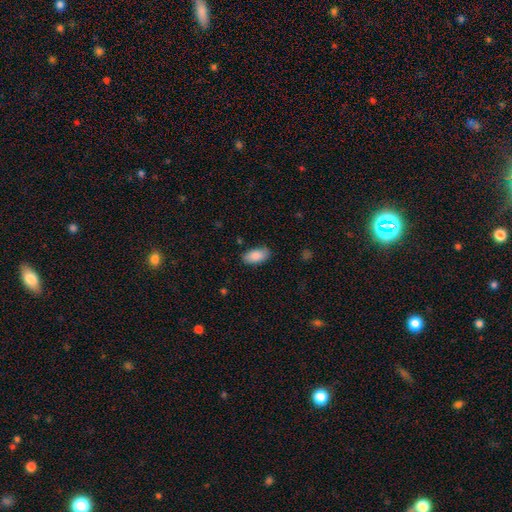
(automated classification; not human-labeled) Smooth or featured: smooth — 88% (star or artifact — 6%)
How rounded: in between — 93% (cigar-shaped — 4%)
Merging: none — 83% (minor disturbance — 13%)